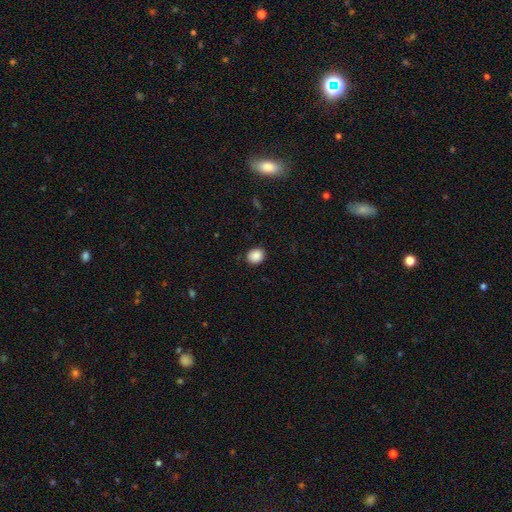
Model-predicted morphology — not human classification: smooth_or_featured: smooth (p=0.88) [alt: star or artifact p=0.09]
how_rounded: round (p=0.73) [alt: in between p=0.27]
merging: none (p=0.89) [alt: minor disturbance p=0.08]